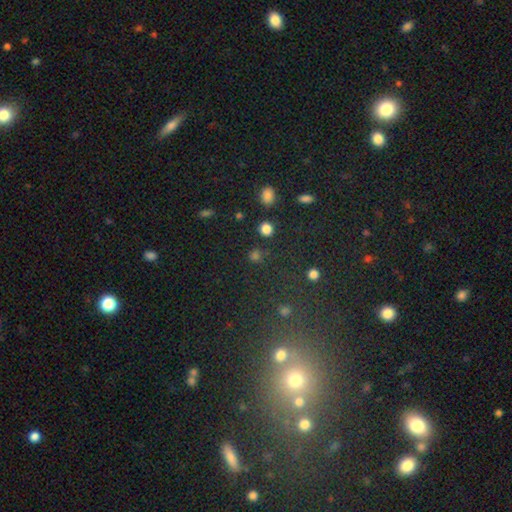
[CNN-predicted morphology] This is possibly a smooth galaxy (59%). How rounded: clearly round (85%). Merging: clearly none (80%).